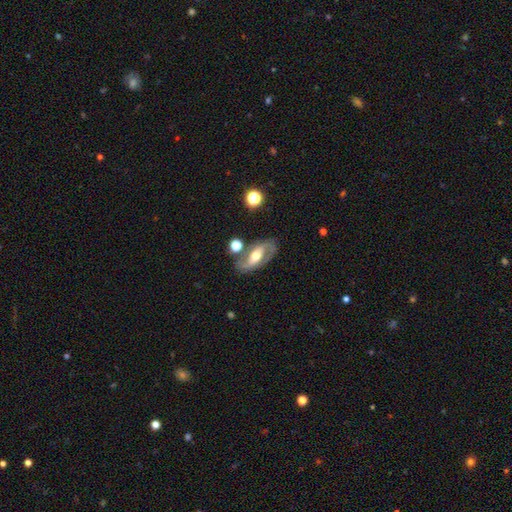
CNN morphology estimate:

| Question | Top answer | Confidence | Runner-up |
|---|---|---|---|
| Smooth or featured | featured or disk | 77% | smooth (17%) |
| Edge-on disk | no | 91% | yes (9%) |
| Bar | strong | 39% | weak (33%) |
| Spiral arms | yes | 81% | no (19%) |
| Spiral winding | medium | 47% | loose (27%) |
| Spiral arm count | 2 | 86% | can't tell (7%) |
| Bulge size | moderate | 70% | small (16%) |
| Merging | none | 75% | minor disturbance (14%) |